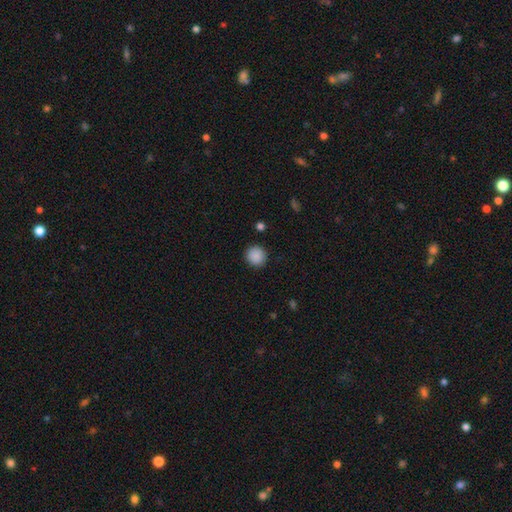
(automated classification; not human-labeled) Smooth or featured: smooth — 89% (star or artifact — 8%)
How rounded: round — 93% (in between — 6%)
Merging: none — 91% (minor disturbance — 6%)